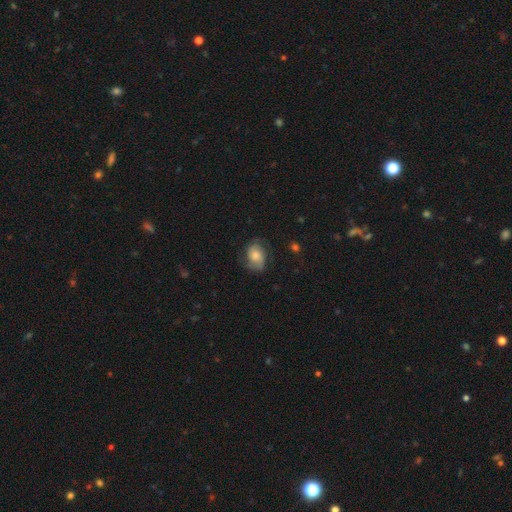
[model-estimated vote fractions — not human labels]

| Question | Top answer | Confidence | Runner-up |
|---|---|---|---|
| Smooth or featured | smooth | 55% | featured or disk (37%) |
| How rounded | in between | 70% | round (29%) |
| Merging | none | 62% | minor disturbance (25%) |